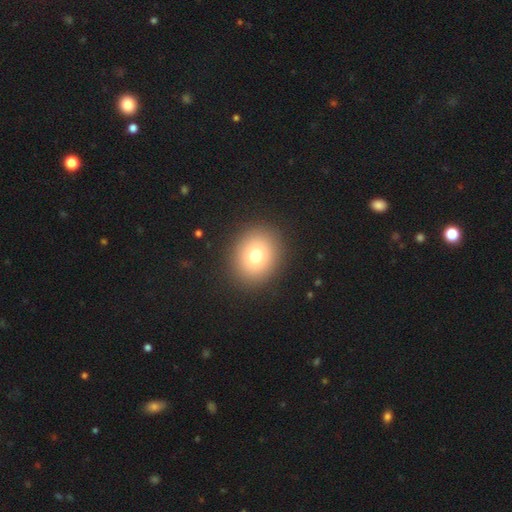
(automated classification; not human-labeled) smooth 76%, star or artifact 13%, featured or disk 12%. Down the decision tree: how rounded — round (65%); merging — none (90%).